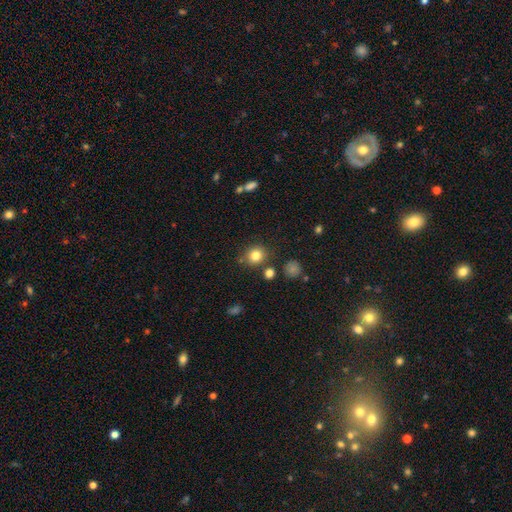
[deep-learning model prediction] Smooth or featured?
  - smooth: 81% *
  - star or artifact: 12%
  - featured or disk: 7%
How rounded?
  - round: 84% *
  - in between: 15%
  - cigar-shaped: 1%
Merging?
  - none: 80% *
  - minor disturbance: 10%
  - merger: 7%
  - major disturbance: 3%